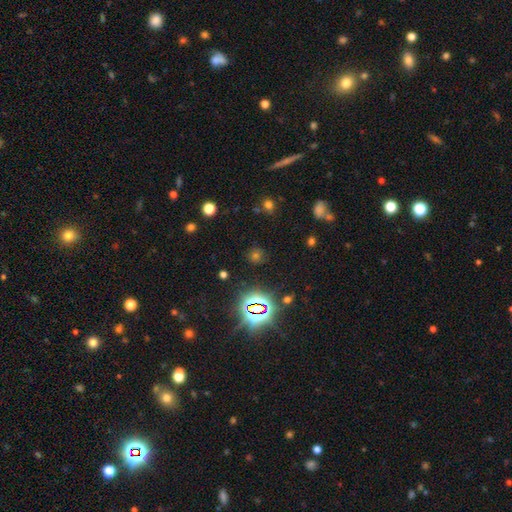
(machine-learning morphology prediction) This is possibly a star or artifact rather than a galaxy (53%).